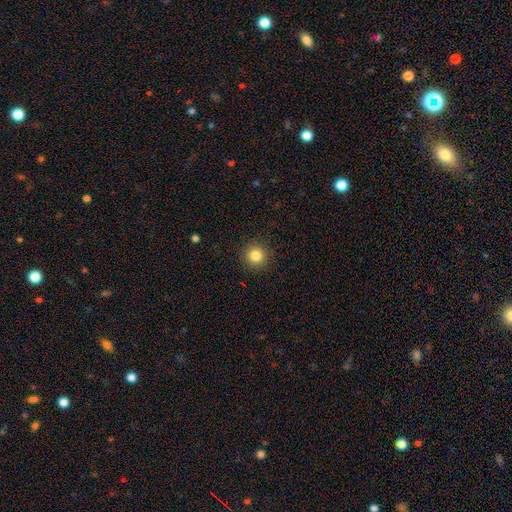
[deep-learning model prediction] A smooth galaxy with no disk features (83%) that is round (95%).

Vote fractions:
- Smooth or featured? smooth: 83% / star or artifact: 12% / featured or disk: 5%
- How rounded? round: 95% / in between: 4% / cigar-shaped: 1%
- Merging? none: 92% / minor disturbance: 5% / major disturbance: 2% / merger: 1%